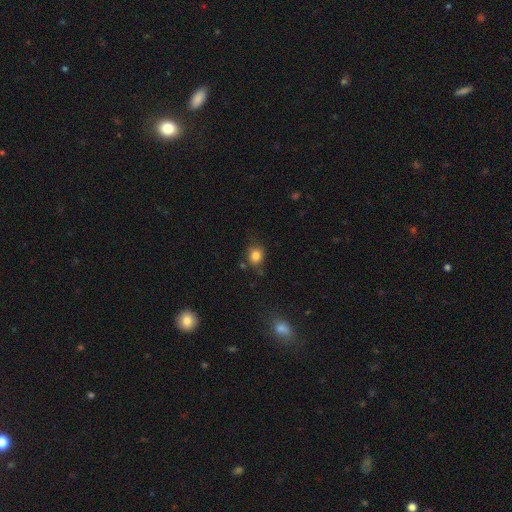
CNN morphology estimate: This appears to be a smooth galaxy with no disk features (82%) that is round (64%). Merging: none (71%).